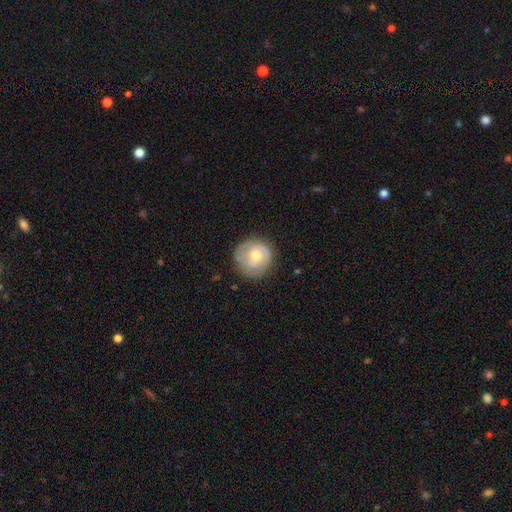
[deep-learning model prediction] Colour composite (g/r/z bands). It shows a featured or disk galaxy (49%). Merging: none (78%).